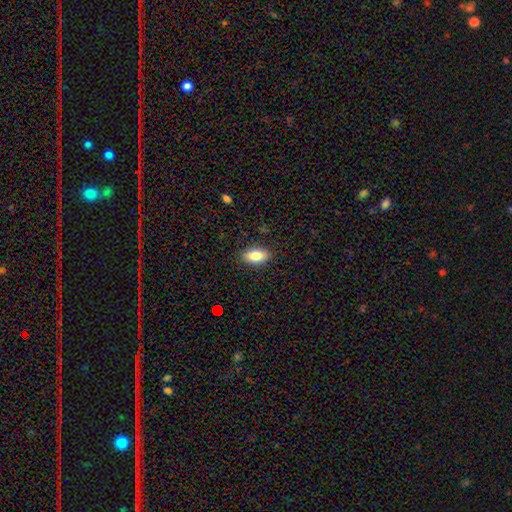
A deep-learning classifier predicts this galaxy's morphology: smooth 81%, featured or disk 11%, star or artifact 8%. Down the decision tree: how rounded — in between (89%); merging — none (88%).